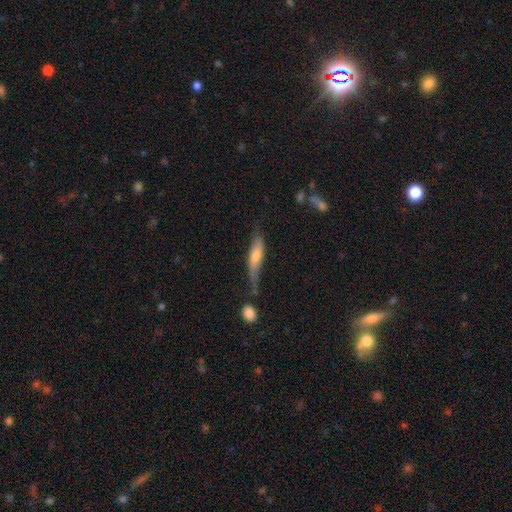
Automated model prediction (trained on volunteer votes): The model was most divided on "smooth or featured": smooth: 54%, featured or disk: 40%, star or artifact: 7%. Remaining: how rounded — cigar-shaped (74%); merging — none (44%).